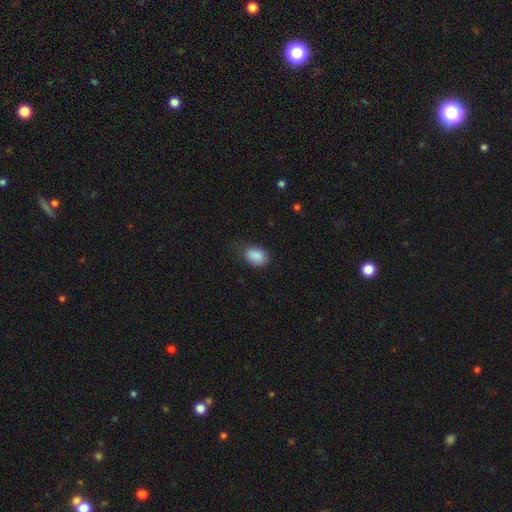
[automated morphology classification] Smooth or featured? smooth (88%)
How rounded? in between (83%)
Merging? none (71%)